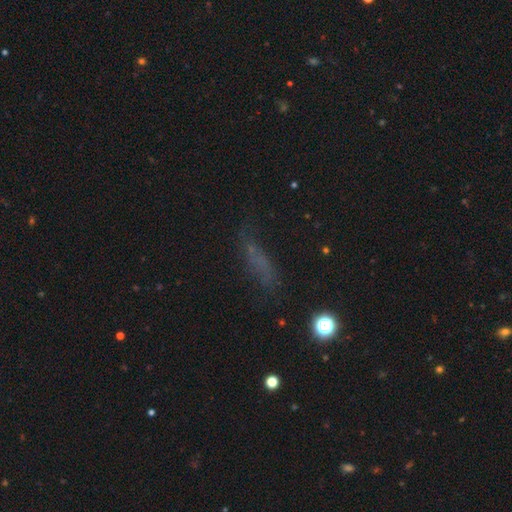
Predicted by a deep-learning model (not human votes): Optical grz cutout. It shows a smooth galaxy with no disk features (50%) that is cigar-shaped (69%). Merging: none (67%).